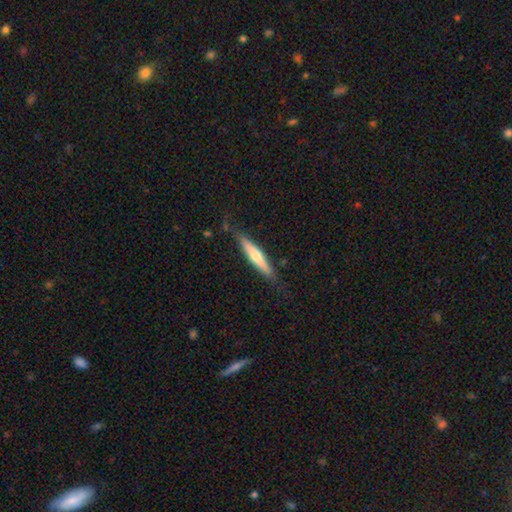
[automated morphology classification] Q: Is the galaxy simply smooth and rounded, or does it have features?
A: featured or disk — 52%.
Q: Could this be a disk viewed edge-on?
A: yes — 95%.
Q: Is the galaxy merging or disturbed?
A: none — 78%.